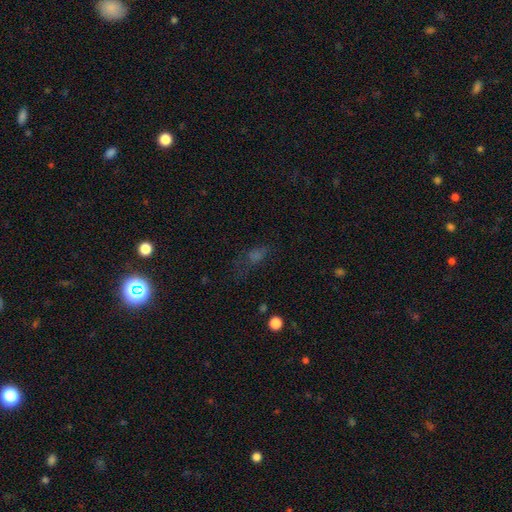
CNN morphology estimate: type=smooth (44%); merging=none (54%).